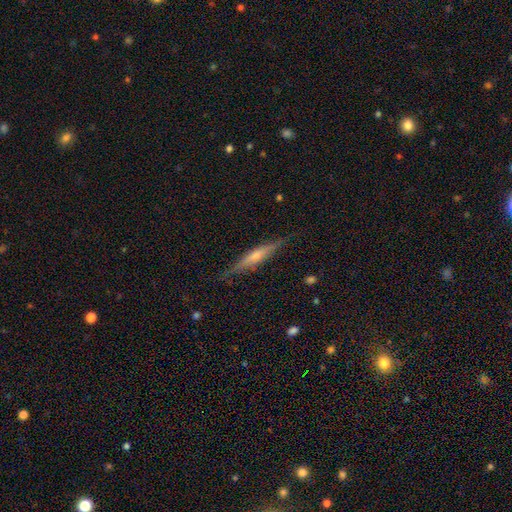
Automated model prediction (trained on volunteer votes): This appears to be a featured or disk galaxy (64%) viewed edge-on (96%) with a rounded central bulge (62%). Merging: none (85%).